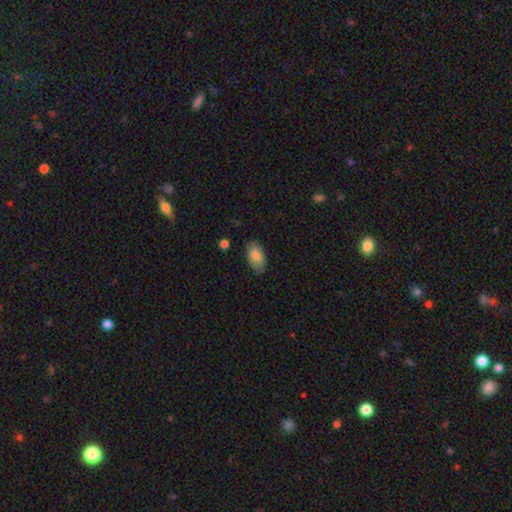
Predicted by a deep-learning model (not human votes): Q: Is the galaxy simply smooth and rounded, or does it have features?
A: smooth — 82%.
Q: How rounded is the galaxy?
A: in between — 94%.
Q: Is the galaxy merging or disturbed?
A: none — 80%.